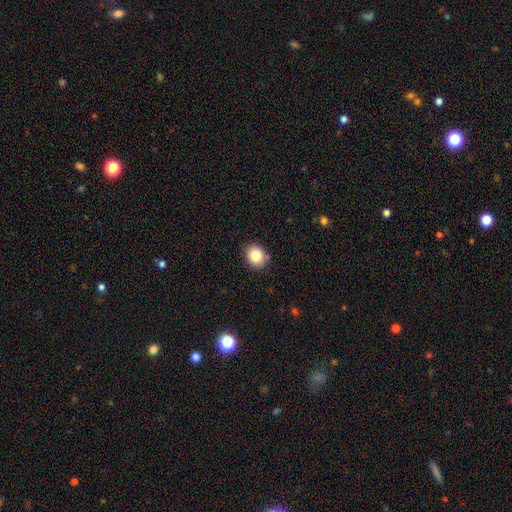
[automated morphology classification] smooth_or_featured: smooth (p=0.83) [alt: star or artifact p=0.10]
how_rounded: round (p=0.67) [alt: in between p=0.32]
merging: none (p=0.84) [alt: minor disturbance p=0.12]